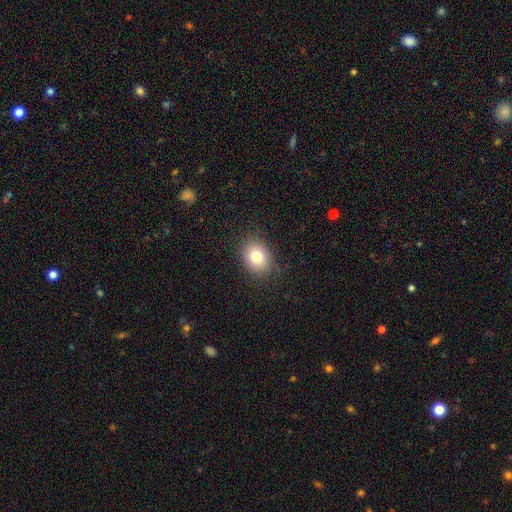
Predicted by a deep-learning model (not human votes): Smooth or featured? smooth (80%)
How rounded? in between (52%)
Merging? none (87%)